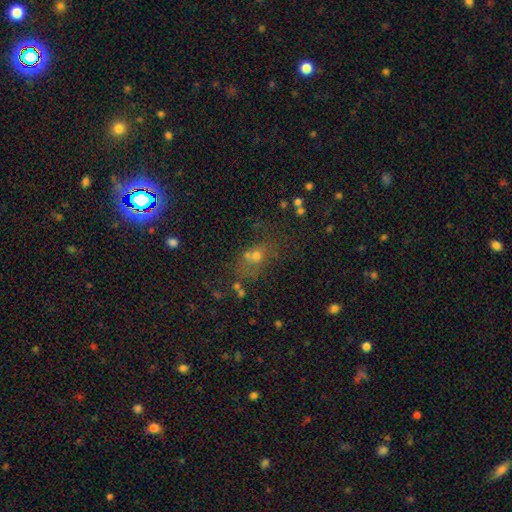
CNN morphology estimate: star or artifact 44%, smooth 41%, featured or disk 15%.